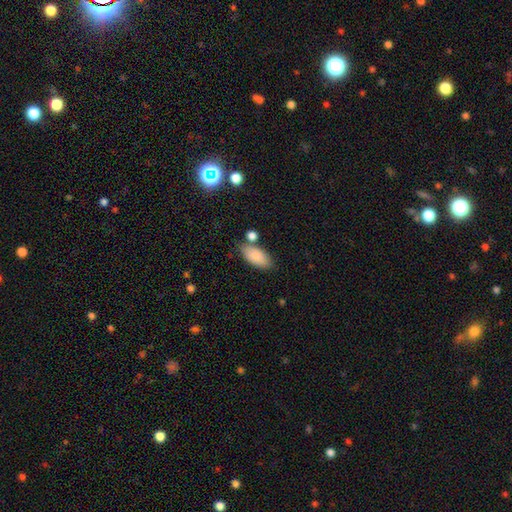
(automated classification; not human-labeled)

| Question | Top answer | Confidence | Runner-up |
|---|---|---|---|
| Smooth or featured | smooth | 85% | featured or disk (8%) |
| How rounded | in between | 91% | cigar-shaped (7%) |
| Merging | none | 71% | minor disturbance (15%) |